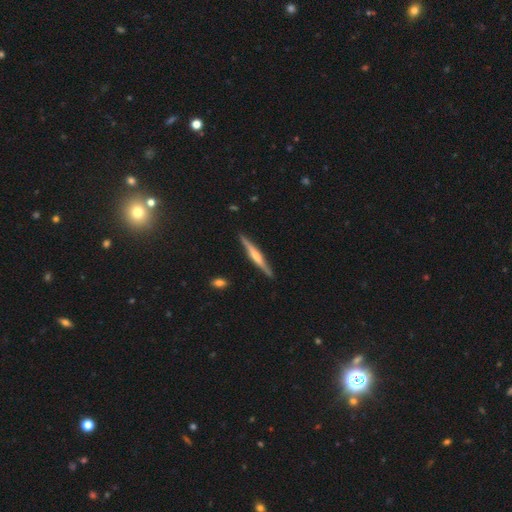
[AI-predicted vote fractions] This is likely a featured or disk galaxy (67%). It is clearly viewed edge-on (97%). Edge-on bulge: likely rounded (60%). Merging: clearly none (88%).